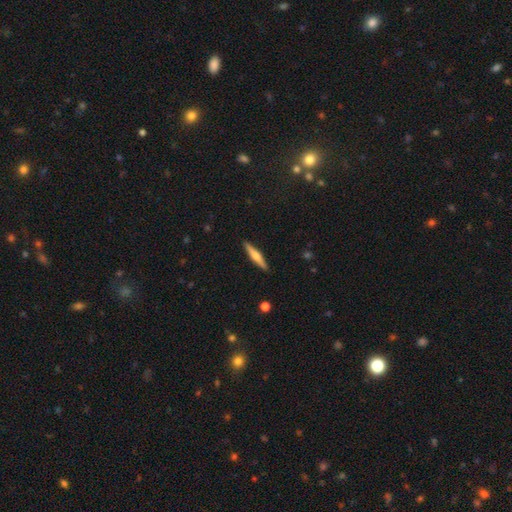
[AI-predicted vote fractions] smooth_or_featured: featured or disk (p=0.48) [alt: smooth p=0.47]
merging: none (p=0.91) [alt: minor disturbance p=0.07]